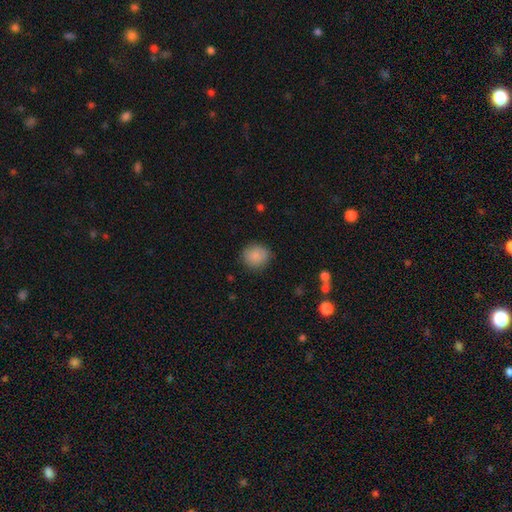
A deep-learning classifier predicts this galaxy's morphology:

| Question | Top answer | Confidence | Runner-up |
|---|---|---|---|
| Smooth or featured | smooth | 87% | star or artifact (8%) |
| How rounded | round | 84% | in between (15%) |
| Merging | none | 83% | minor disturbance (12%) |